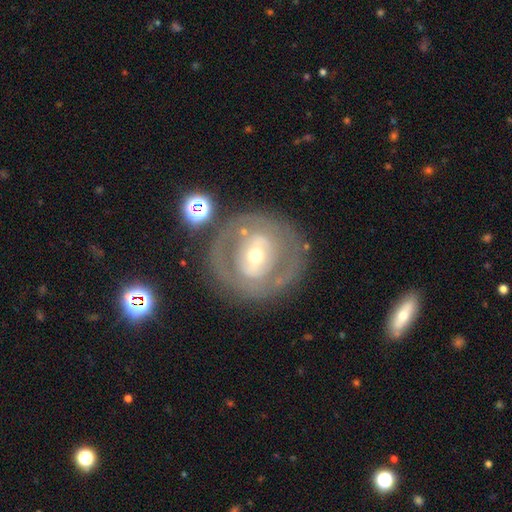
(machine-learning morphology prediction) smooth_or_featured: featured or disk (p=0.63) [alt: smooth p=0.30]
disk_edge_on: no (p=0.94) [alt: yes p=0.06]
bar: no (p=0.43) [alt: weak p=0.32]
has_spiral_arms: no (p=0.79) [alt: yes p=0.21]
bulge_size: moderate (p=0.57) [alt: small p=0.35]
merging: none (p=0.76) [alt: minor disturbance p=0.12]